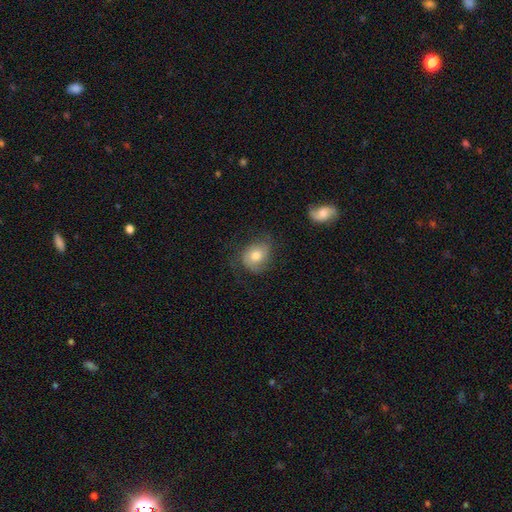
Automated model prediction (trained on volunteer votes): Morphology: type=smooth (55%); roundness=round (59%); merging=none (61%).